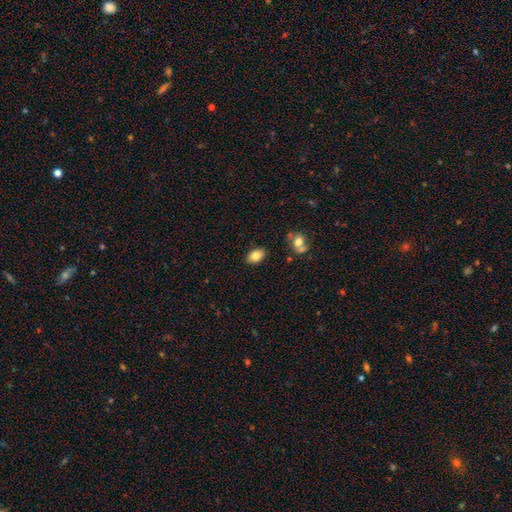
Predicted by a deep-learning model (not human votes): smooth_or_featured: smooth (p=0.83) [alt: featured or disk p=0.08]
how_rounded: in between (p=0.87) [alt: round p=0.11]
merging: none (p=0.85) [alt: minor disturbance p=0.10]